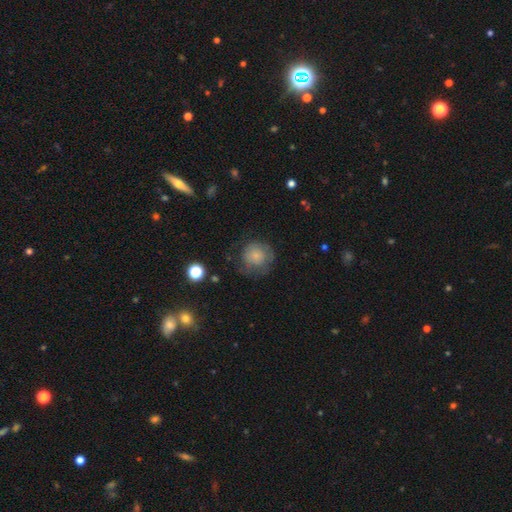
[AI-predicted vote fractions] A smooth galaxy with no disk features (68%) that is round (90%). Merging: none (58%).